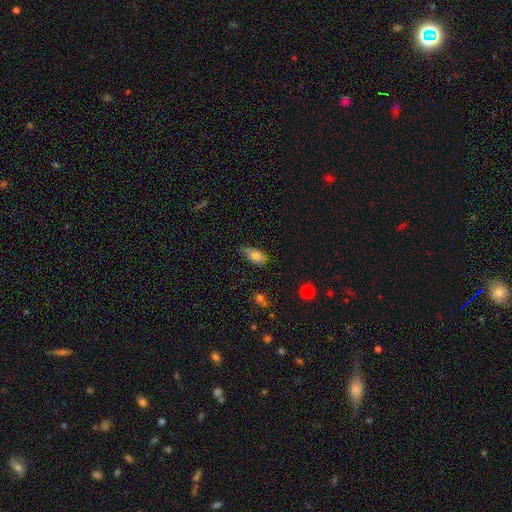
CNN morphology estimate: Smooth or featured? smooth (79%)
How rounded? in between (86%)
Merging? none (50%)